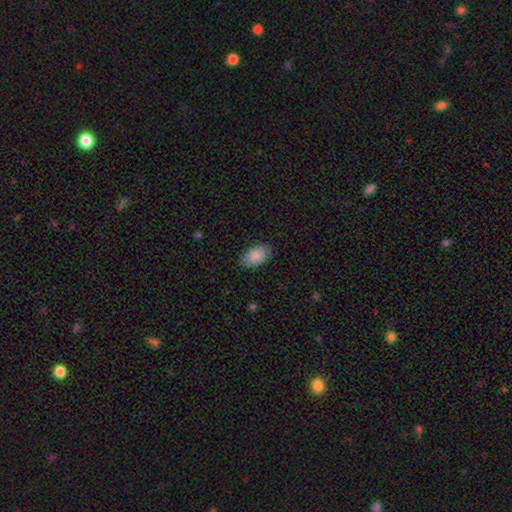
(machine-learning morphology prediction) Q: Smooth or featured?
A: smooth (88%); runner-up: featured or disk (6%)
Q: How rounded?
A: in between (94%); runner-up: round (4%)
Q: Merging?
A: none (86%); runner-up: minor disturbance (11%)